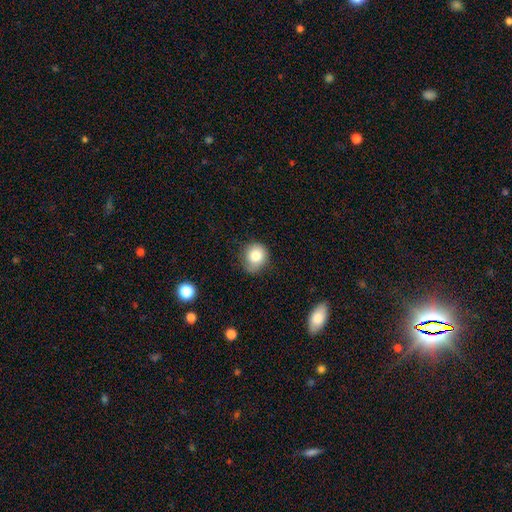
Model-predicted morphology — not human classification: Overall: smooth (81%). How rounded: round (78%). Merging: none (68%).